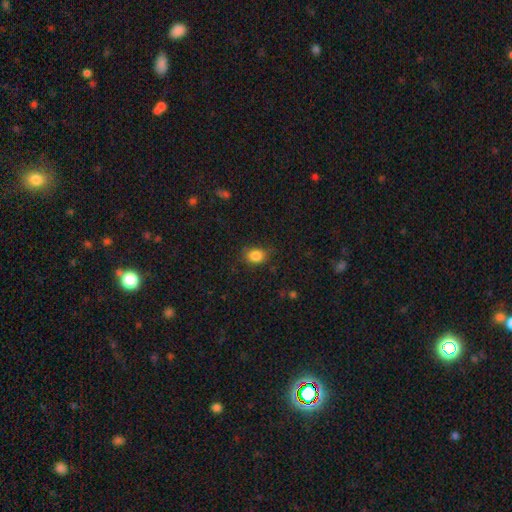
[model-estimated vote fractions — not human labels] smooth-or-featured: smooth: 85% | star or artifact: 10% | featured or disk: 5%
  how-rounded: in between: 58% | round: 40% | cigar-shaped: 1%
  merging: none: 78% | minor disturbance: 16% | major disturbance: 4% | merger: 1%